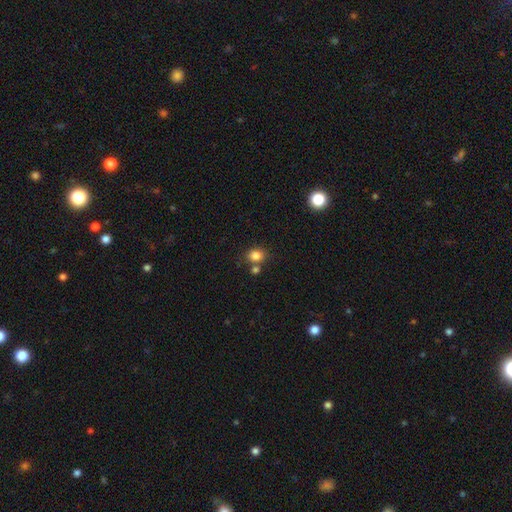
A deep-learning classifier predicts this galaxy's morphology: Smooth or featured: smooth — 83% (star or artifact — 11%)
How rounded: round — 59% (in between — 40%)
Merging: none — 65% (merger — 19%)